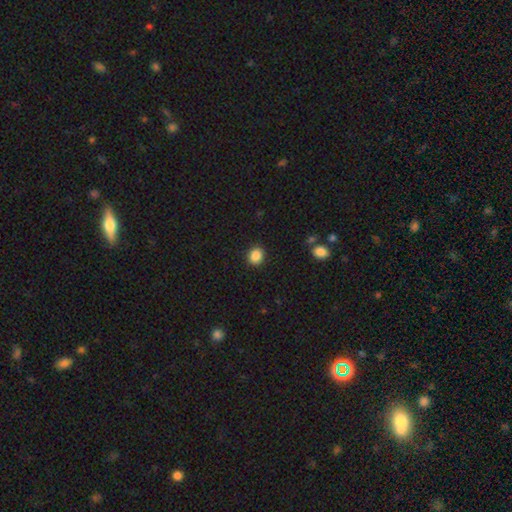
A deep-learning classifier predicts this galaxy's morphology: This is clearly a smooth galaxy (87%). How rounded: likely round (69%). Merging: clearly none (90%).